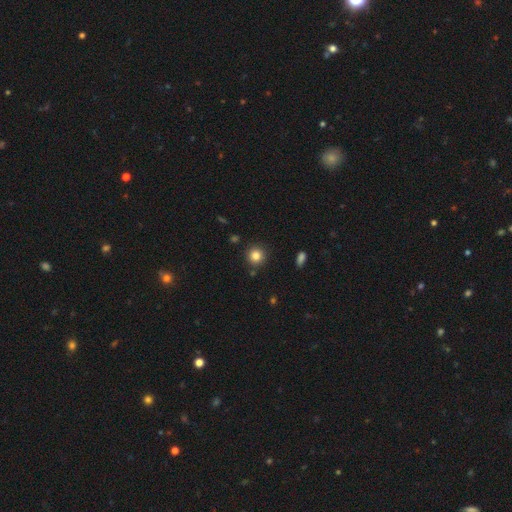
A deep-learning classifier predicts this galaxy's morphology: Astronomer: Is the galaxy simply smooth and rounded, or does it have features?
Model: smooth — 83%.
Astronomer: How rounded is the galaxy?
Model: round — 93%.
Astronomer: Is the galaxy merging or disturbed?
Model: none — 88%.